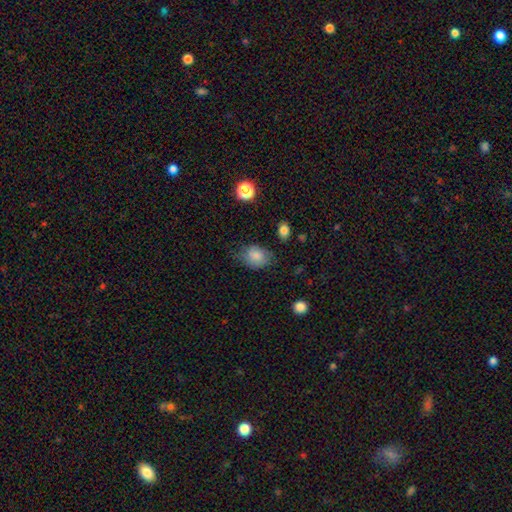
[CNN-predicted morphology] smooth-or-featured: smooth: 82% | featured or disk: 9% | star or artifact: 9%
  how-rounded: in between: 58% | round: 41% | cigar-shaped: 1%
  merging: none: 61% | minor disturbance: 29% | major disturbance: 8% | merger: 2%